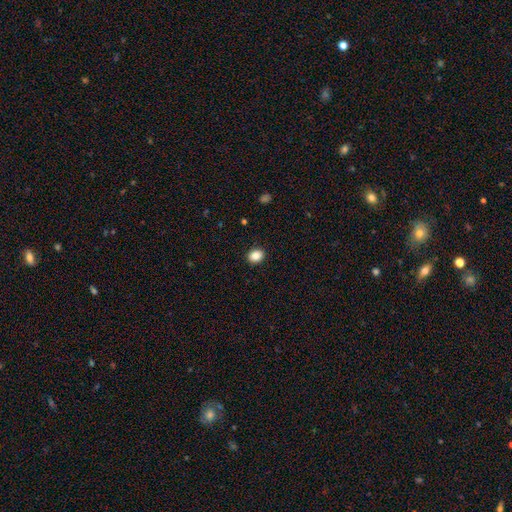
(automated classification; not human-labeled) Smooth or featured? smooth (87%)
How rounded? round (51%)
Merging? none (91%)